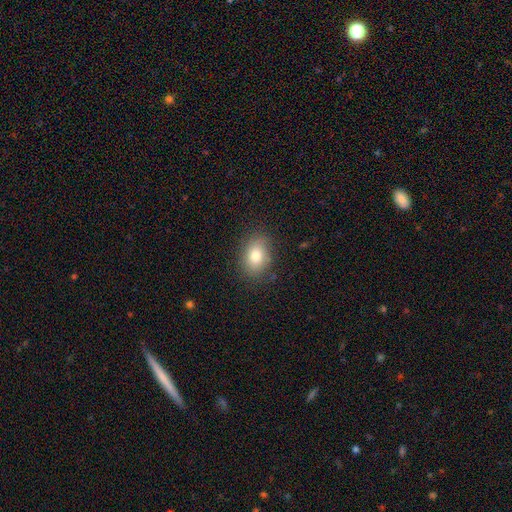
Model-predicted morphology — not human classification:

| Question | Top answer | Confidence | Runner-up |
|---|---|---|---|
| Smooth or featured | smooth | 80% | featured or disk (10%) |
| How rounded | in between | 73% | round (26%) |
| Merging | none | 81% | minor disturbance (14%) |